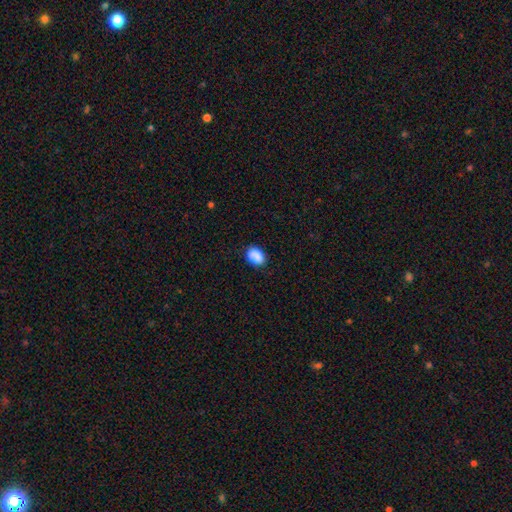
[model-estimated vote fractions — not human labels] Smooth or featured? smooth (87%)
How rounded? in between (78%)
Merging? none (75%)